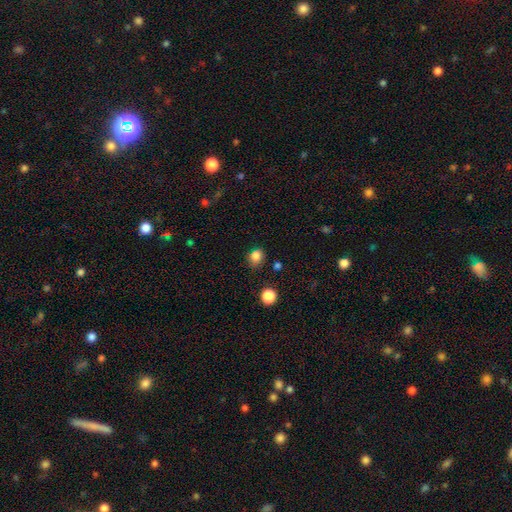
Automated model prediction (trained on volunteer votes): Smooth or featured? Predicted: smooth (p=0.84). How rounded? Predicted: round (p=0.60). Merging? Predicted: none (p=0.76).